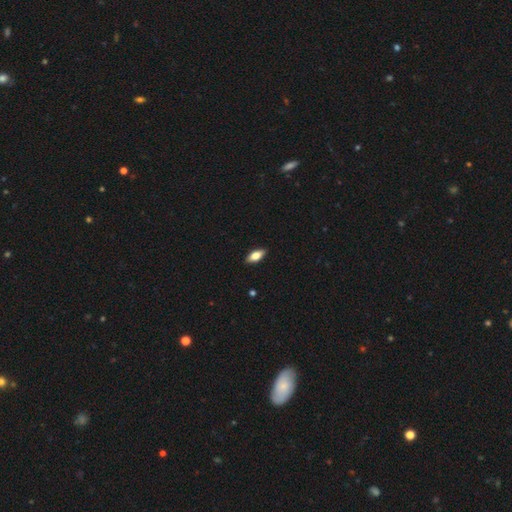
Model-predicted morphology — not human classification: A smooth galaxy with no disk features (72%) that is in between round and cigar-shaped (83%). Merging: none (89%).